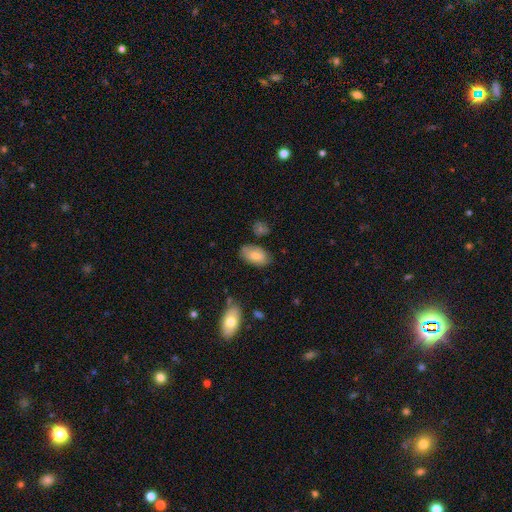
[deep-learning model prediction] A smooth galaxy with no disk features (75%) that is in between round and cigar-shaped (94%).

Vote fractions:
- Smooth or featured? smooth: 75% / featured or disk: 18% / star or artifact: 7%
- How rounded? in between: 94% / round: 4% / cigar-shaped: 2%
- Merging? none: 73% / minor disturbance: 18% / merger: 4% / major disturbance: 4%